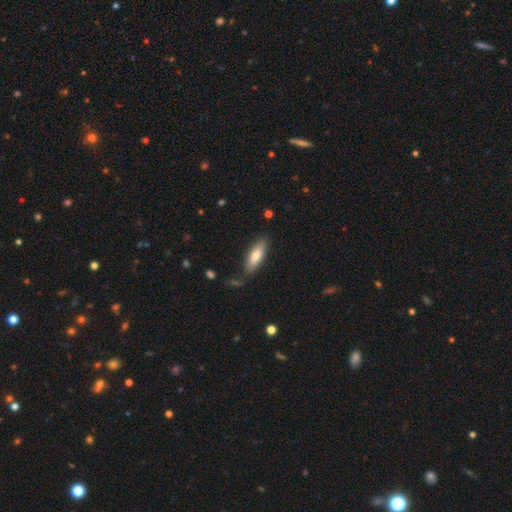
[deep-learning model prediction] smooth-or-featured: smooth: 73% | featured or disk: 21% | star or artifact: 6%
  how-rounded: in between: 56% | cigar-shaped: 42% | round: 2%
  merging: none: 81% | minor disturbance: 13% | merger: 3% | major disturbance: 3%